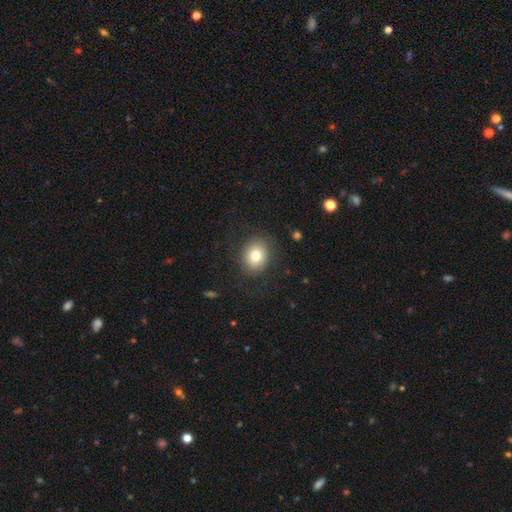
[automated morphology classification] Smooth or featured?
  - smooth: 78% *
  - featured or disk: 12%
  - star or artifact: 10%
How rounded?
  - round: 60% *
  - in between: 39%
  - cigar-shaped: 1%
Merging?
  - none: 84% *
  - minor disturbance: 10%
  - major disturbance: 5%
  - merger: 1%